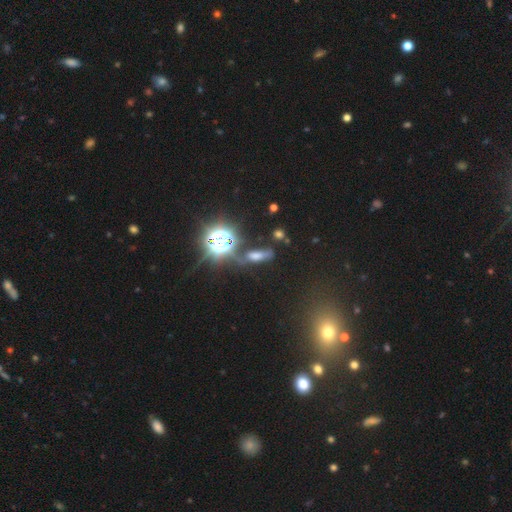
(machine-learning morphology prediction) smooth_or_featured: star or artifact (p=0.43) [alt: smooth p=0.35]